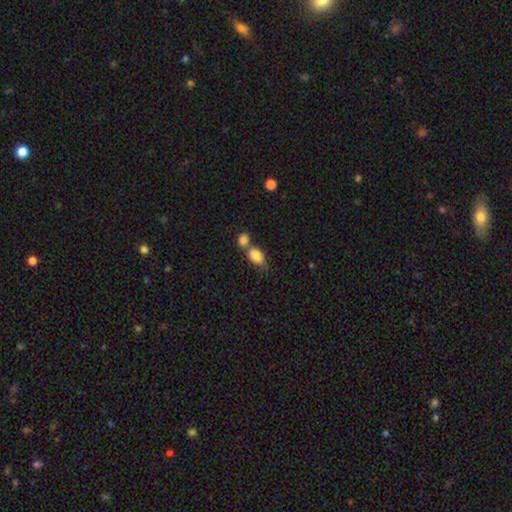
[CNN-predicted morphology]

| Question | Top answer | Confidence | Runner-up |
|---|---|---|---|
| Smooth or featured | smooth | 83% | featured or disk (9%) |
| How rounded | in between | 77% | round (20%) |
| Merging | merger | 55% | none (28%) |